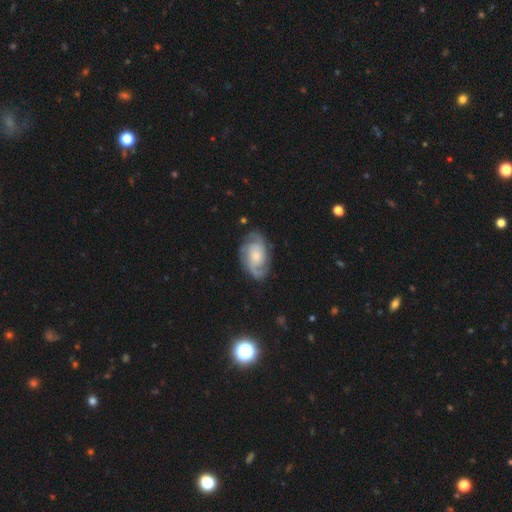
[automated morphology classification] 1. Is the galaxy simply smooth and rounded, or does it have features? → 83% featured or disk, 12% smooth, 5% star or artifact.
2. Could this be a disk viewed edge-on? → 97% no, 3% yes.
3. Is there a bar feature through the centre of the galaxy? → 68% no, 27% weak, 6% strong.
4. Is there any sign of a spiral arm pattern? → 96% yes, 4% no.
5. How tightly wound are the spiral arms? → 44% medium, 42% tight, 14% loose.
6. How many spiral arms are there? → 61% 2, 16% 3, 13% can't tell, 4% 1, 4% 4, 3% more than 4.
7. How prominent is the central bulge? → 51% small, 34% moderate, 8% large, 5% none, 2% dominant.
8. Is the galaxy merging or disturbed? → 76% none, 16% minor disturbance, 6% major disturbance, 1% merger.